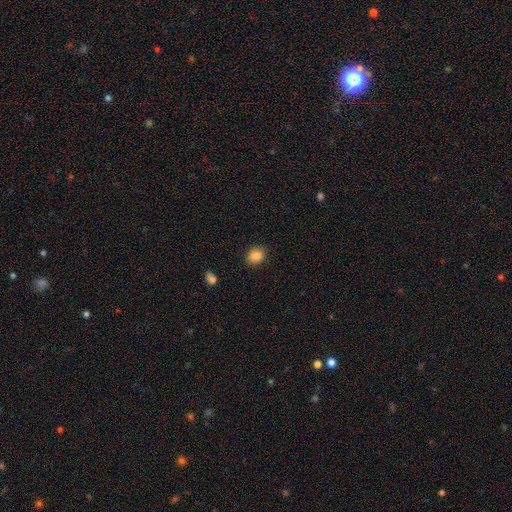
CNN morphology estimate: smooth 86%, star or artifact 9%, featured or disk 5%. Down the decision tree: how rounded — round (50%); merging — none (88%).